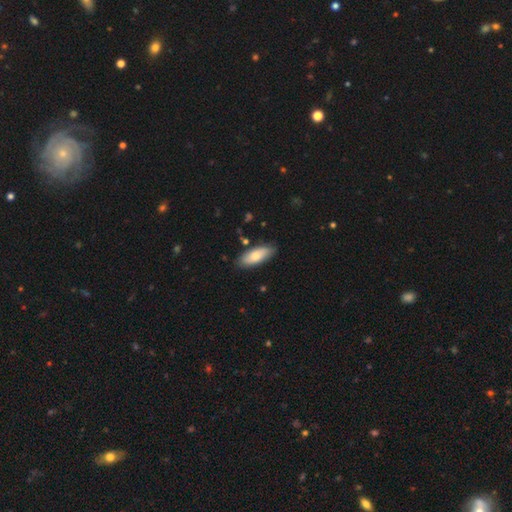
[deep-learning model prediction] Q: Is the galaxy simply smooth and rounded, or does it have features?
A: smooth — 77%.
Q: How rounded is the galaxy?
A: in between — 76%.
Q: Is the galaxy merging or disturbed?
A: none — 84%.